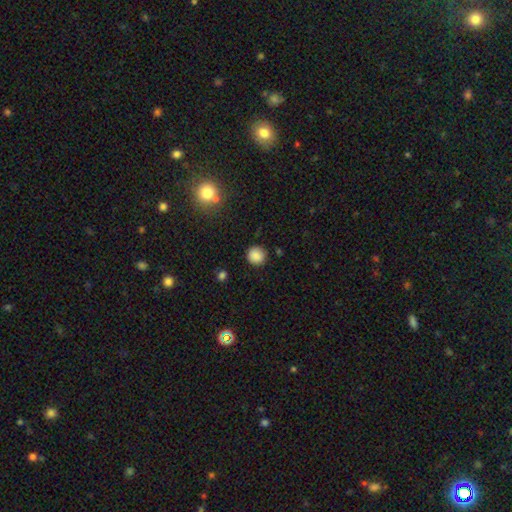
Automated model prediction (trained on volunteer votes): smooth_or_featured: smooth (p=0.86) [alt: star or artifact p=0.10]
how_rounded: round (p=0.90) [alt: in between p=0.09]
merging: none (p=0.88) [alt: minor disturbance p=0.08]